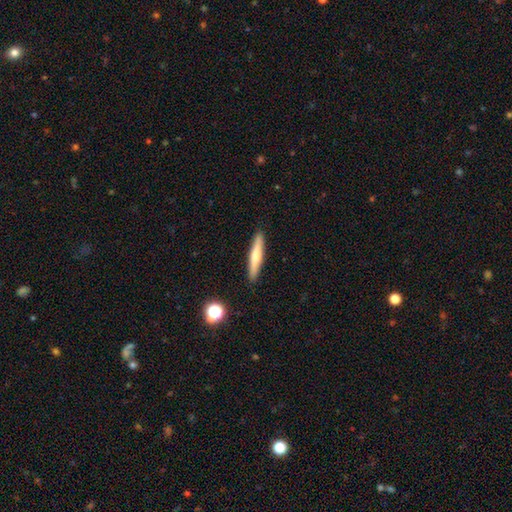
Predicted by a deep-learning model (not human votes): Overall: smooth (59%; featured or disk 35%). How rounded: cigar-shaped (92%). Merging: none (90%).